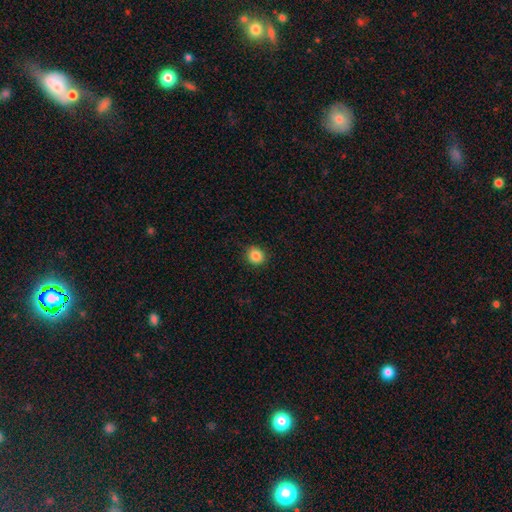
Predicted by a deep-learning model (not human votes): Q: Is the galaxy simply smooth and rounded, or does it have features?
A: smooth — 86%.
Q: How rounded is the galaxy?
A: round — 86%.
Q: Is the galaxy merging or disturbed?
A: none — 91%.